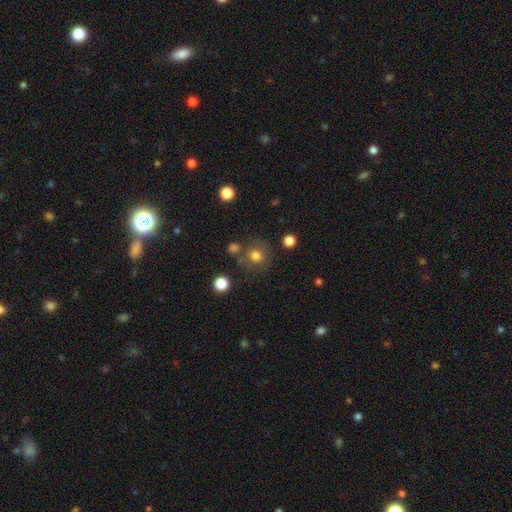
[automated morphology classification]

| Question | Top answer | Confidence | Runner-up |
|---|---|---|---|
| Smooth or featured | smooth | 77% | star or artifact (14%) |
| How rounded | round | 88% | in between (11%) |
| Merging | none | 74% | minor disturbance (12%) |